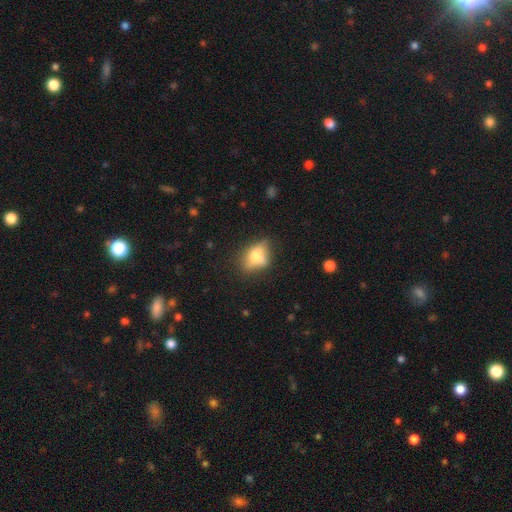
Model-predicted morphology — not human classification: Smooth or featured: smooth — 63% (featured or disk — 27%)
How rounded: in between — 68% (round — 28%)
Merging: none — 51% (minor disturbance — 30%)